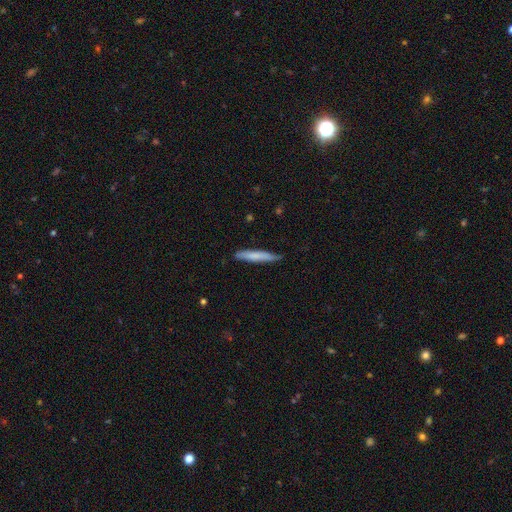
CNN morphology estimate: A smooth galaxy with no disk features (72%) that is cigar-shaped (94%).

Vote fractions:
- Smooth or featured? smooth: 72% / featured or disk: 23% / star or artifact: 5%
- How rounded? cigar-shaped: 94% / in between: 5% / round: 1%
- Merging? none: 80% / minor disturbance: 16% / major disturbance: 2% / merger: 1%